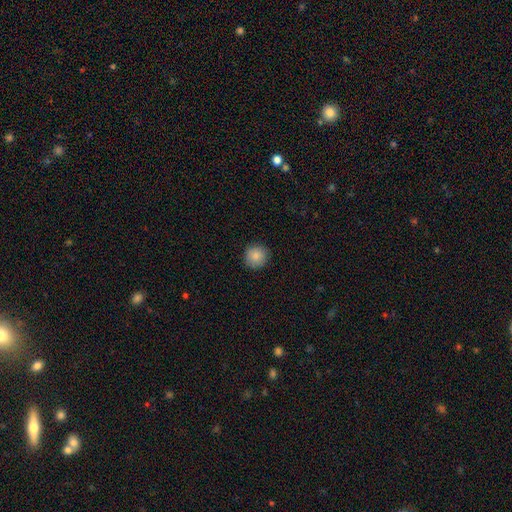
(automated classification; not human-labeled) This is clearly a smooth galaxy (86%). How rounded: clearly round (93%). Merging: clearly none (90%).